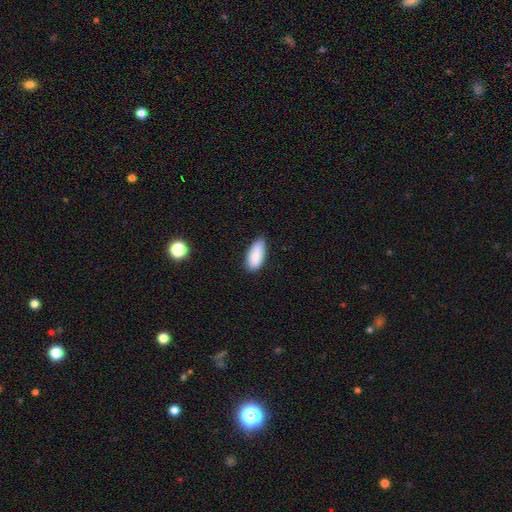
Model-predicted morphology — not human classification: Smooth or featured?
  - smooth: 87% *
  - star or artifact: 7%
  - featured or disk: 6%
How rounded?
  - in between: 89% *
  - cigar-shaped: 9%
  - round: 2%
Merging?
  - none: 73% *
  - minor disturbance: 22%
  - major disturbance: 3%
  - merger: 1%